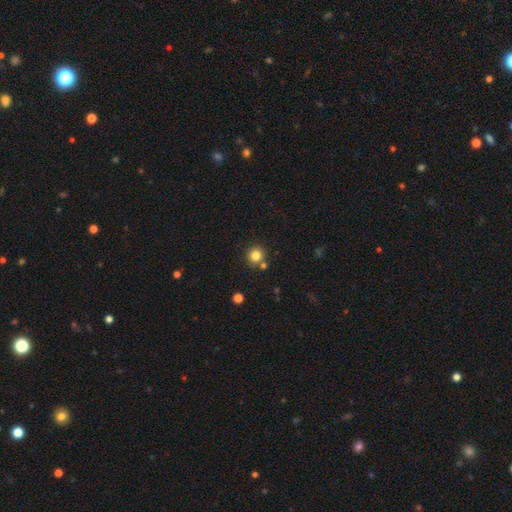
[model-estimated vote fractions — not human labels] The model was most divided on "merging": none: 80%, merger: 10%, minor disturbance: 8%, major disturbance: 2%. More confident: how rounded — round (90%); smooth or featured — smooth (83%).